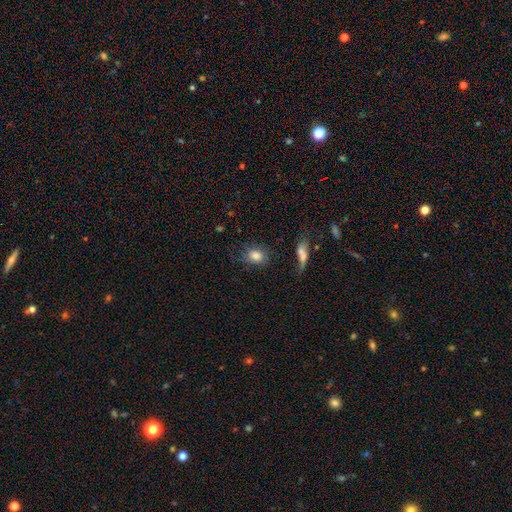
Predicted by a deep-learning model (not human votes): This is likely a smooth galaxy (79%). How rounded: possibly in between (57%). Merging: likely none (63%).